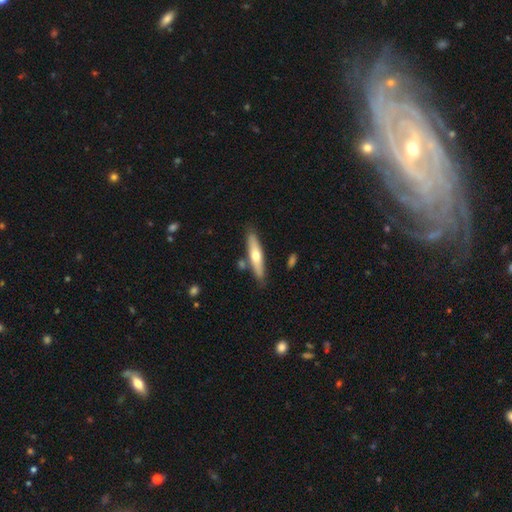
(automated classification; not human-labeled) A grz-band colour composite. It shows a smooth galaxy with no disk features (51%) that is cigar-shaped (82%). Merging: none (80%).